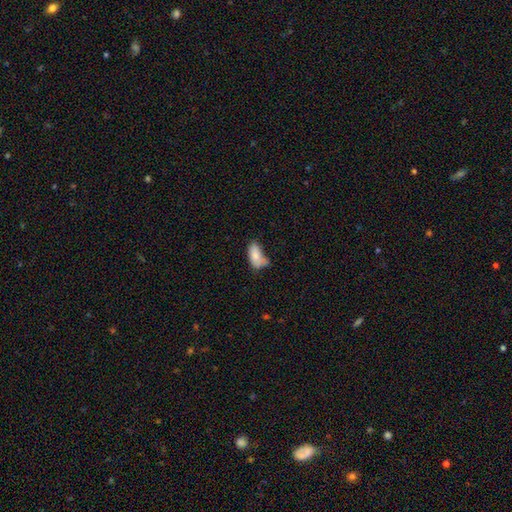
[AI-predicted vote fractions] A smooth galaxy with no disk features (79%) that is in between round and cigar-shaped (90%). Merging: none (36%).